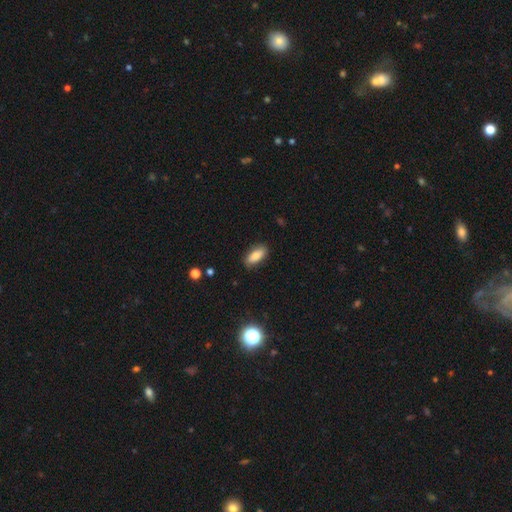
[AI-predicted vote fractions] Smooth or featured: smooth — 79% (featured or disk — 13%)
How rounded: in between — 82% (cigar-shaped — 15%)
Merging: none — 84% (minor disturbance — 12%)